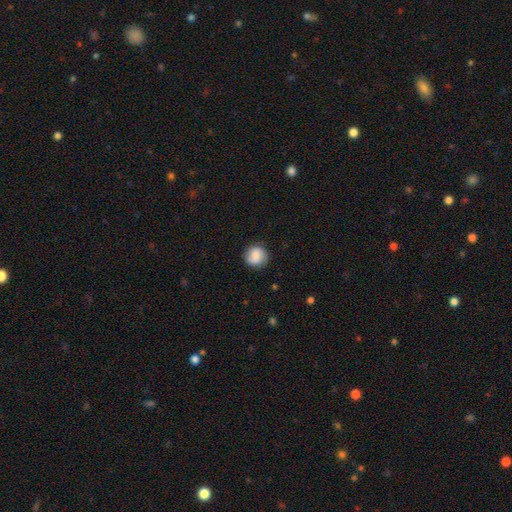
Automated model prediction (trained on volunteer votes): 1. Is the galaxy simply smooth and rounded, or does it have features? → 76% smooth, 16% featured or disk, 8% star or artifact.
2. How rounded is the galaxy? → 91% round, 8% in between, 1% cigar-shaped.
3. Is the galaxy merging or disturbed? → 85% none, 11% minor disturbance, 3% major disturbance, 1% merger.